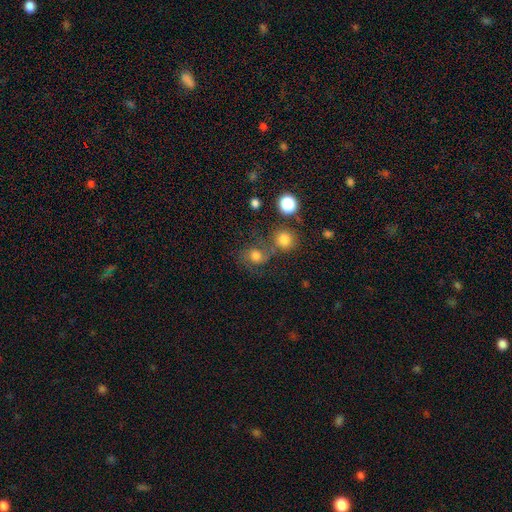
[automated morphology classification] smooth 64%, featured or disk 20%, star or artifact 16%. Down the decision tree: how rounded — round (76%); merging — none (51%).